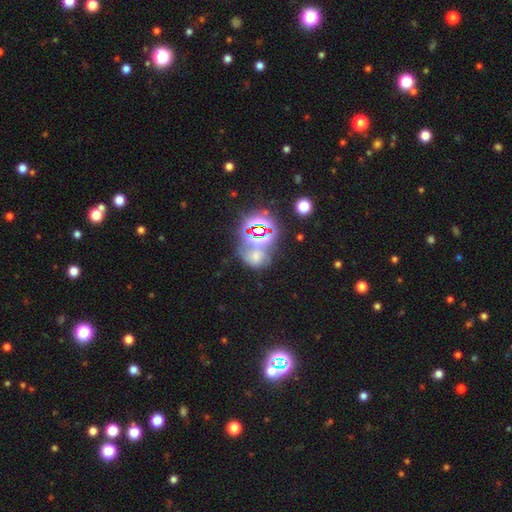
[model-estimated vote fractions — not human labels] Smooth or featured? star or artifact (46%)